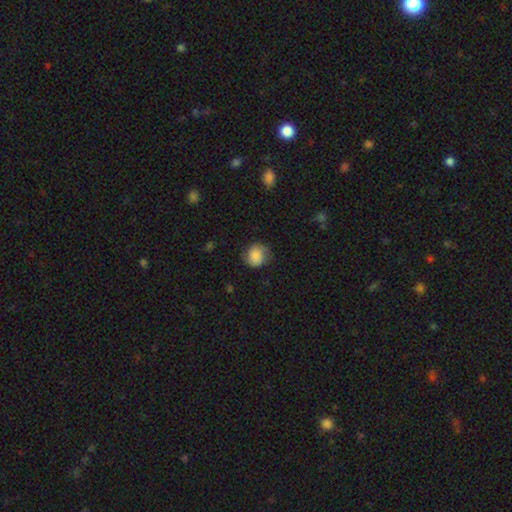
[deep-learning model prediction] This is likely a smooth galaxy (76%). How rounded: clearly round (81%). Merging: likely none (72%).